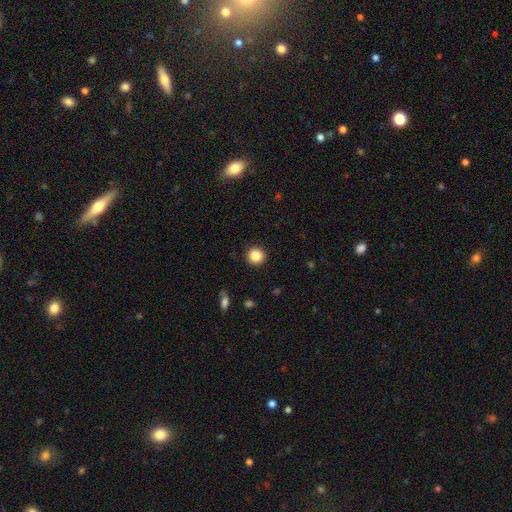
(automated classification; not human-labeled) This is clearly a smooth galaxy (86%). How rounded: clearly round (94%). Merging: clearly none (92%).